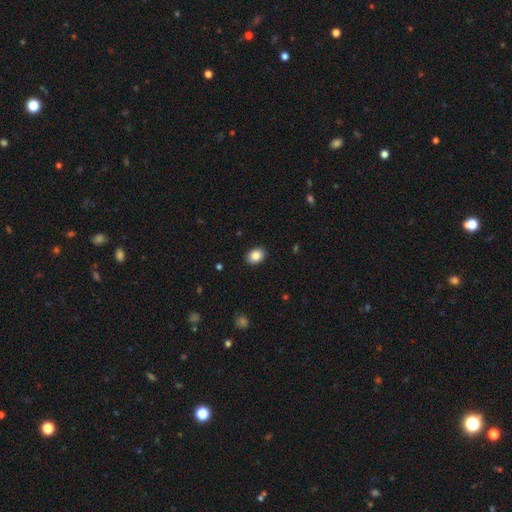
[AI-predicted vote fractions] The model was most divided on "how rounded": in between: 72%, round: 27%, cigar-shaped: 1%. More confident: merging — none (90%); smooth or featured — smooth (86%).